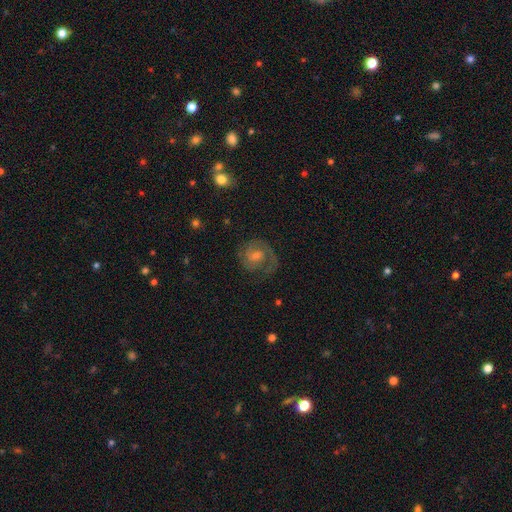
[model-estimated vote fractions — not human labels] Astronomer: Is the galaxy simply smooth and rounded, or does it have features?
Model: featured or disk — 77%.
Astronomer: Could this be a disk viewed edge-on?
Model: no — 98%.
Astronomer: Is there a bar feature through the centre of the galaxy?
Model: no — 53% (runner-up: weak, 40%).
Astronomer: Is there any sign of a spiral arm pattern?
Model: yes — 93%.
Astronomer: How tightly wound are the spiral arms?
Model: tight — 49% (runner-up: medium, 40%).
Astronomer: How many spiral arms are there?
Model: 2 — 60%.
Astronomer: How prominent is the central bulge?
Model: moderate — 49% (runner-up: small, 43%).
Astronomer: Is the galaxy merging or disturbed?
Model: none — 72%.